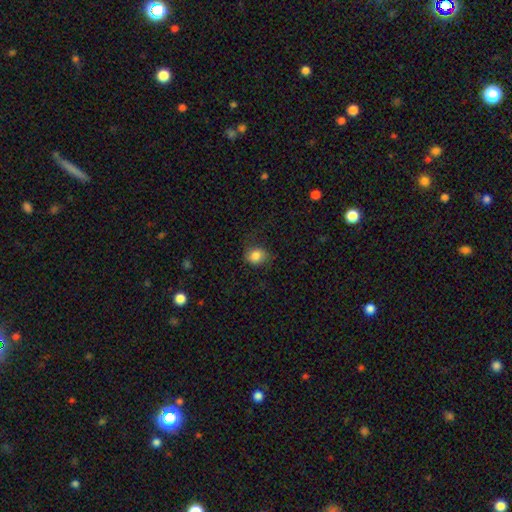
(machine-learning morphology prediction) Q: Smooth or featured?
A: smooth (82%); runner-up: star or artifact (9%)
Q: How rounded?
A: round (66%); runner-up: in between (33%)
Q: Merging?
A: none (69%); runner-up: minor disturbance (20%)